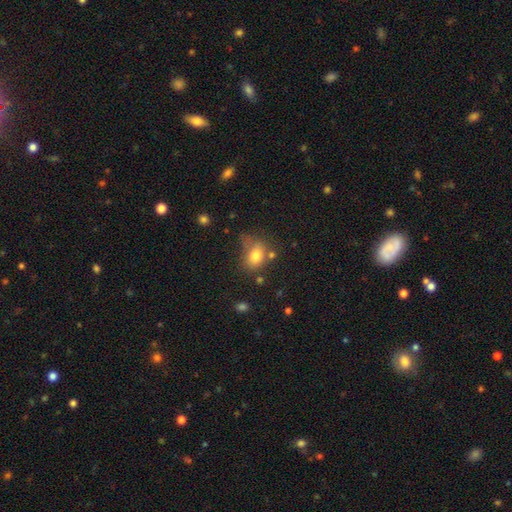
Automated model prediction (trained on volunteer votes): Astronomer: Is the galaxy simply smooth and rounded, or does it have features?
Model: smooth — 77%.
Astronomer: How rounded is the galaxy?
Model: in between — 66%.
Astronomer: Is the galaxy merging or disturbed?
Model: none — 47% (runner-up: minor disturbance, 28%).